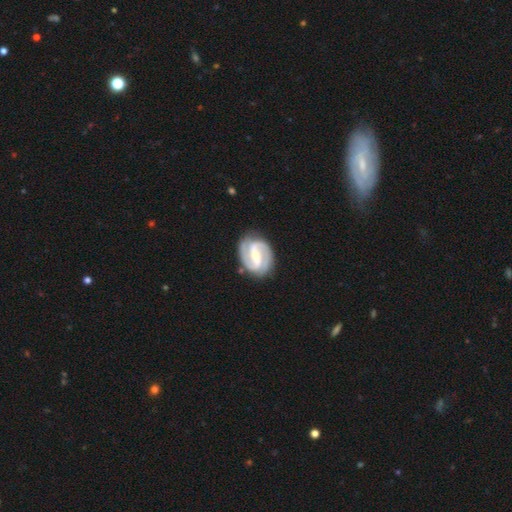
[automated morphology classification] This appears to be a featured or disk galaxy (91%) with a strong bar (58%), 2 (92%) medium (50%) spiral arms (97%) and a small central bulge (55%). Merging: none (83%).